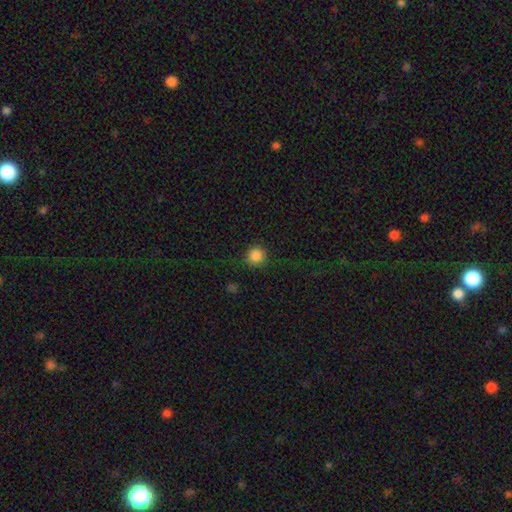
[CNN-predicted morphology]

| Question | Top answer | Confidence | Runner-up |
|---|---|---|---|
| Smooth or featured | smooth | 86% | star or artifact (10%) |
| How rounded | round | 94% | in between (5%) |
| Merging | none | 90% | minor disturbance (6%) |